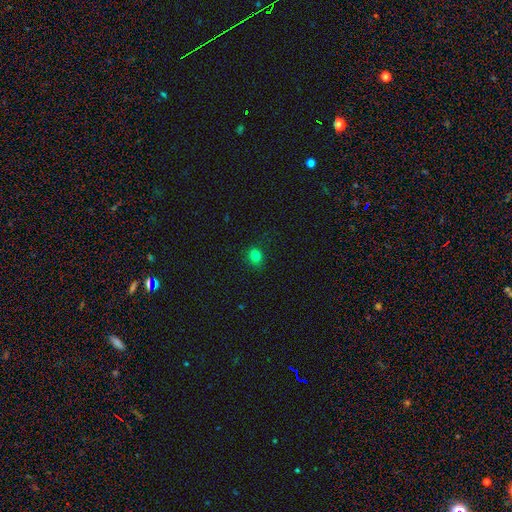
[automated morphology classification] smooth_or_featured: smooth (p=0.79) [alt: star or artifact p=0.15]
how_rounded: round (p=0.63) [alt: in between p=0.36]
merging: none (p=0.85) [alt: minor disturbance p=0.11]